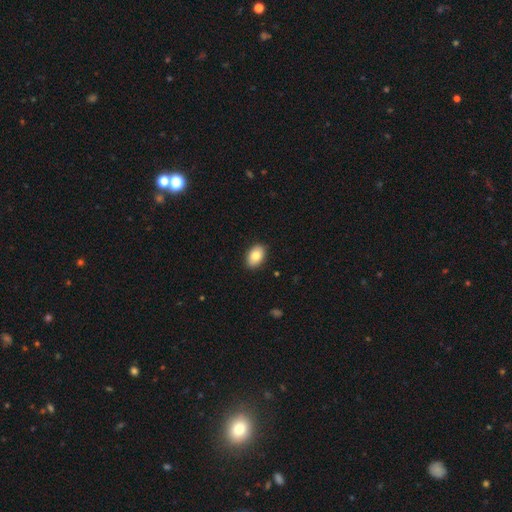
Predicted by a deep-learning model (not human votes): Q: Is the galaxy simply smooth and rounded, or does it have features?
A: smooth — 84%.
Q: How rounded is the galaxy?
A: in between — 88%.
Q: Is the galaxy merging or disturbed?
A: none — 90%.